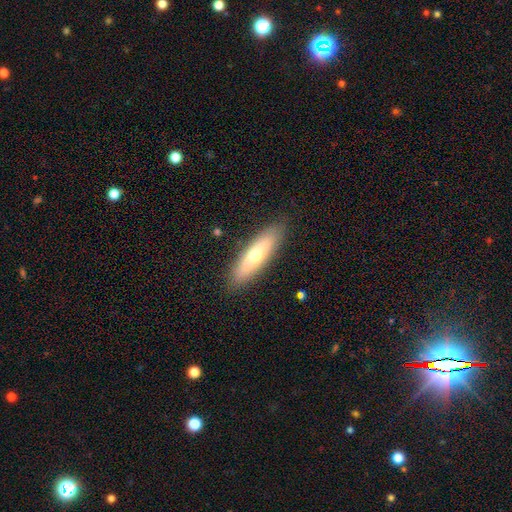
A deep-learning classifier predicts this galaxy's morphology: This is likely a smooth galaxy (61%). How rounded: likely cigar-shaped (62%). Merging: clearly none (88%).